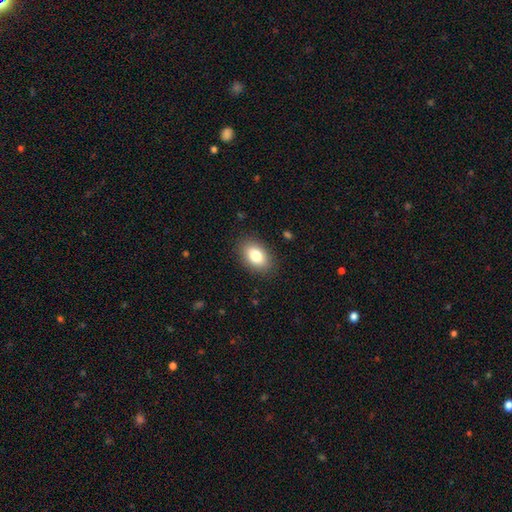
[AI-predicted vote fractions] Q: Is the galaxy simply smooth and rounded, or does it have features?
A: smooth — 82%.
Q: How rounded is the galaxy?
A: in between — 89%.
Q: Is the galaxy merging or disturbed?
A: none — 87%.